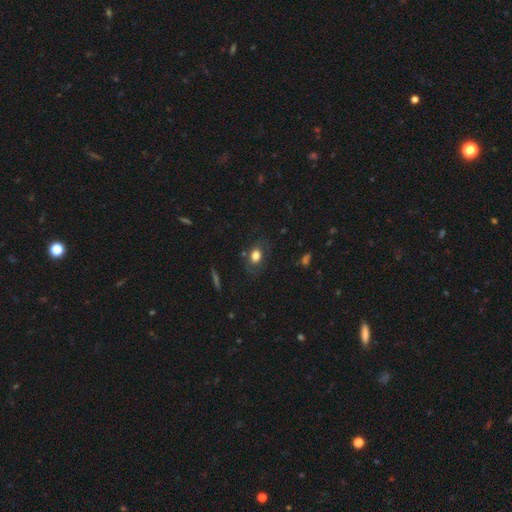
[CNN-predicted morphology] A smooth galaxy with no disk features (74%) that is in between round and cigar-shaped (69%). Merging: none (70%).